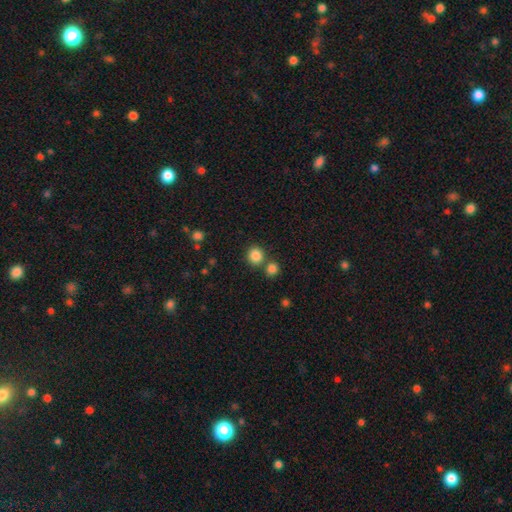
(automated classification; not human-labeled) This appears to be a smooth galaxy with no disk features (85%) that is round (87%). Merging: none (73%).